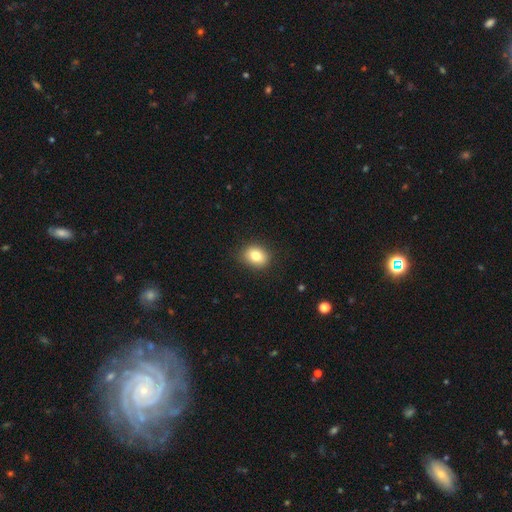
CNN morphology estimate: Smooth or featured? Predicted: smooth (p=0.81). How rounded? Predicted: in between (p=0.53). Merging? Predicted: none (p=0.87).